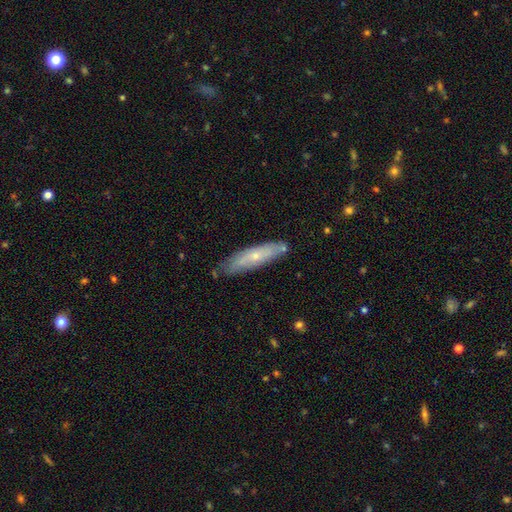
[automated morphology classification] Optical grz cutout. It shows a smooth galaxy with no disk features (48%). Merging: none (74%).